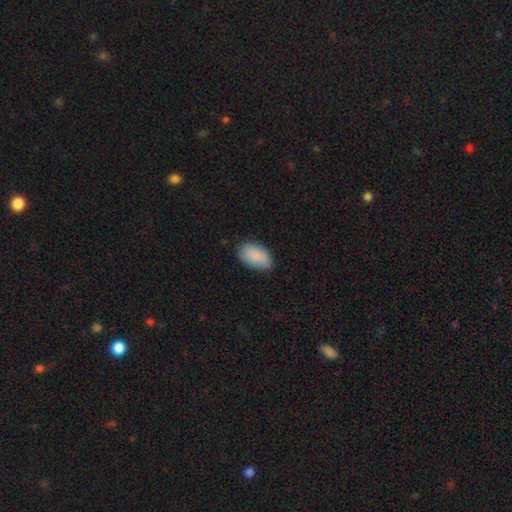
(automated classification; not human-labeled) Q: Smooth or featured?
A: smooth (85%); runner-up: featured or disk (8%)
Q: How rounded?
A: in between (93%); runner-up: round (5%)
Q: Merging?
A: none (80%); runner-up: minor disturbance (16%)